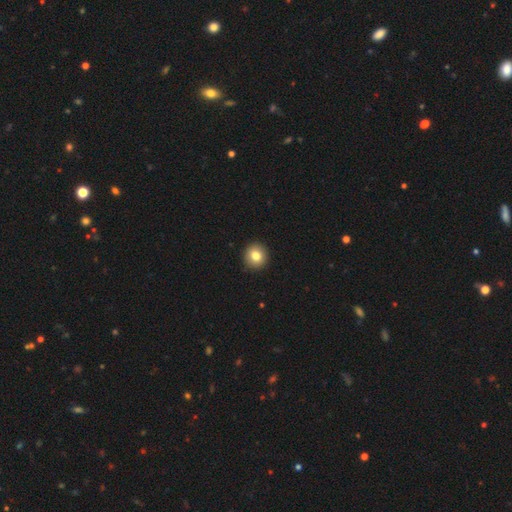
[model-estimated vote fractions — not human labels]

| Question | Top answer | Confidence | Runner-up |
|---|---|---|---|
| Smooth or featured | smooth | 82% | star or artifact (10%) |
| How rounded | round | 91% | in between (8%) |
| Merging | none | 93% | minor disturbance (5%) |